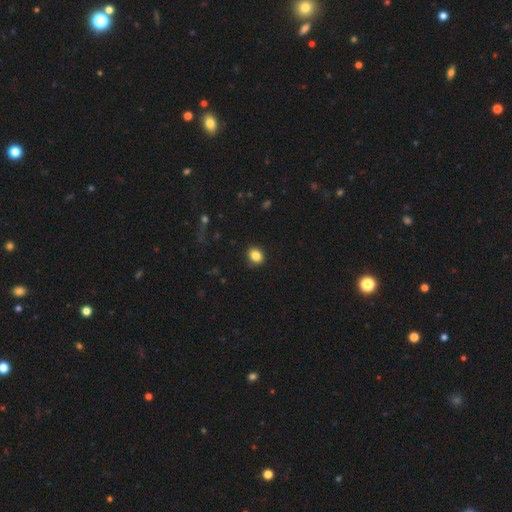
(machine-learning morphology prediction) Smooth or featured: smooth — 85% (star or artifact — 10%)
How rounded: round — 57% (in between — 42%)
Merging: none — 87% (minor disturbance — 10%)